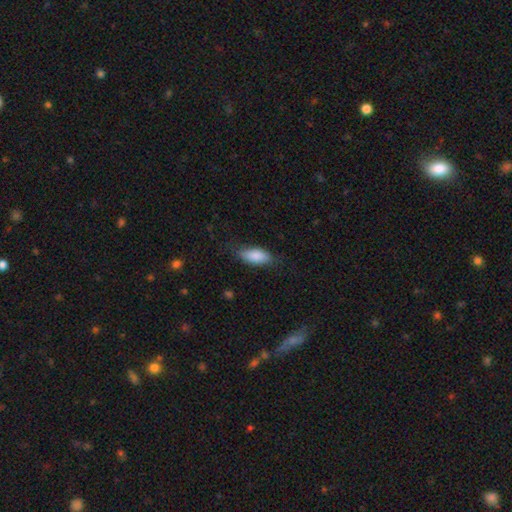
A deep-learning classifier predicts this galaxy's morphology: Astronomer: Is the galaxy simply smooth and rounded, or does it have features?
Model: smooth — 84%.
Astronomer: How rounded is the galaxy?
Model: in between — 82%.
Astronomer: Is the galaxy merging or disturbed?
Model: none — 73%.